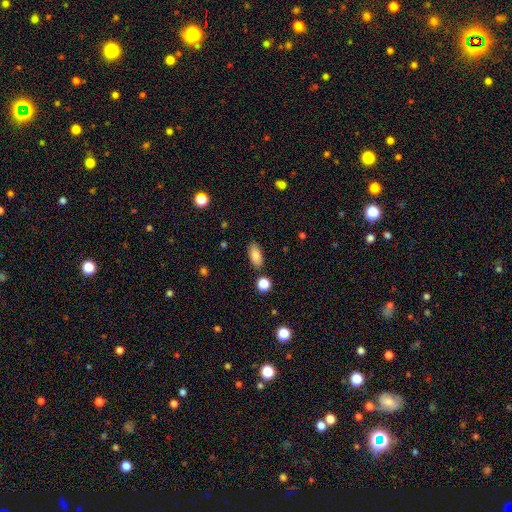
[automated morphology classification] A smooth galaxy with no disk features (83%) that is in between round and cigar-shaped (89%). Merging: none (83%).